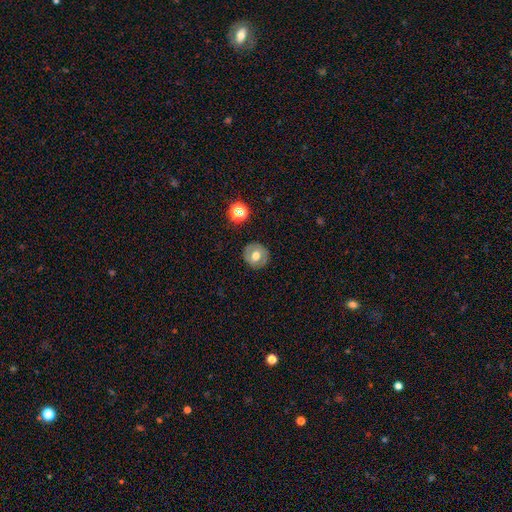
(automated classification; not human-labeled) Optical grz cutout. It shows a smooth galaxy with no disk features (54%) that is round (88%). Merging: none (86%).